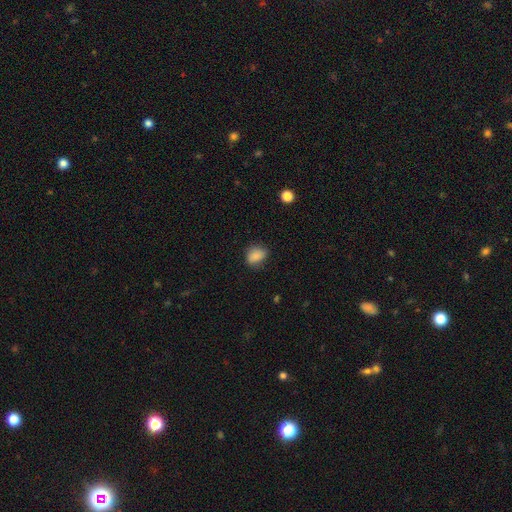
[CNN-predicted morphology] Smooth or featured?
  - smooth: 83% *
  - star or artifact: 9%
  - featured or disk: 7%
How rounded?
  - in between: 54% *
  - round: 45%
  - cigar-shaped: 1%
Merging?
  - none: 72% *
  - minor disturbance: 22%
  - major disturbance: 5%
  - merger: 1%